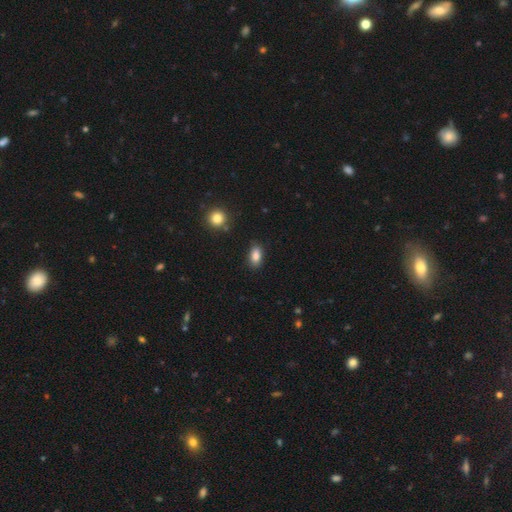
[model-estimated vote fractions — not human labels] This is clearly a smooth galaxy (85%). How rounded: clearly in between (89%). Merging: clearly none (85%).